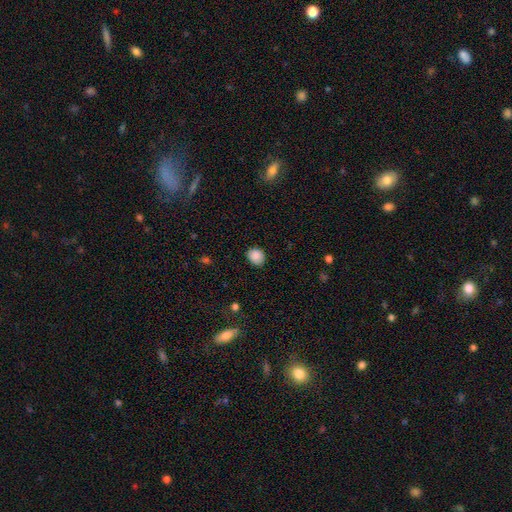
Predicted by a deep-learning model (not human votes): Smooth or featured? smooth (88%)
How rounded? round (67%)
Merging? none (86%)